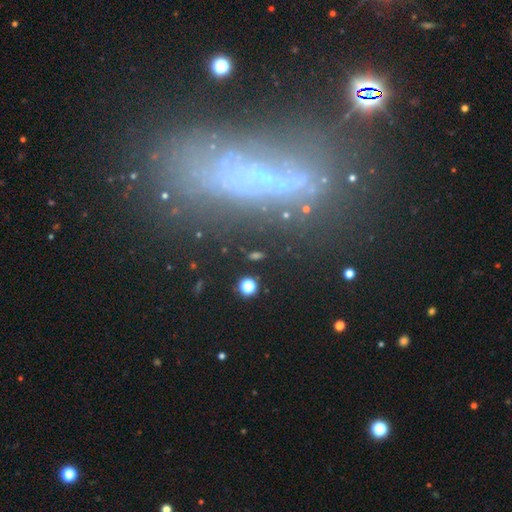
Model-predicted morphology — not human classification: Smooth or featured?
  - featured or disk: 50% *
  - smooth: 26%
  - star or artifact: 25%
Merging?
  - none: 47% *
  - major disturbance: 24%
  - minor disturbance: 20%
  - merger: 10%